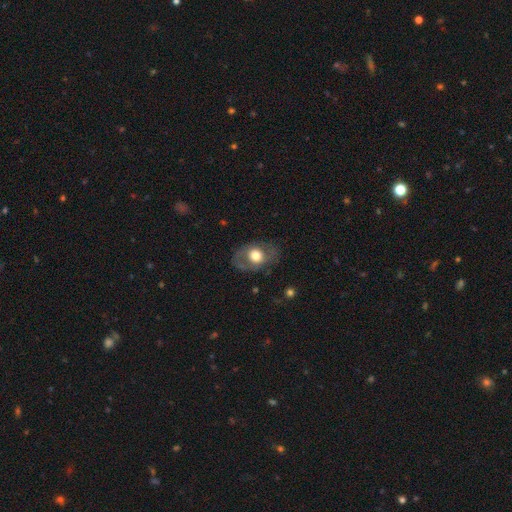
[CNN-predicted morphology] Smooth or featured?
  - smooth: 52% *
  - featured or disk: 40%
  - star or artifact: 7%
How rounded?
  - in between: 64% *
  - round: 35%
  - cigar-shaped: 1%
Merging?
  - none: 72% *
  - minor disturbance: 17%
  - major disturbance: 10%
  - merger: 1%